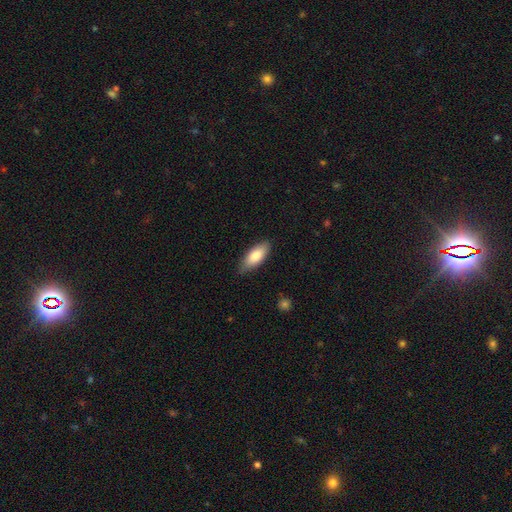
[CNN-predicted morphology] Smooth or featured? Predicted: smooth (p=0.79). How rounded? Predicted: in between (p=0.78). Merging? Predicted: none (p=0.81).